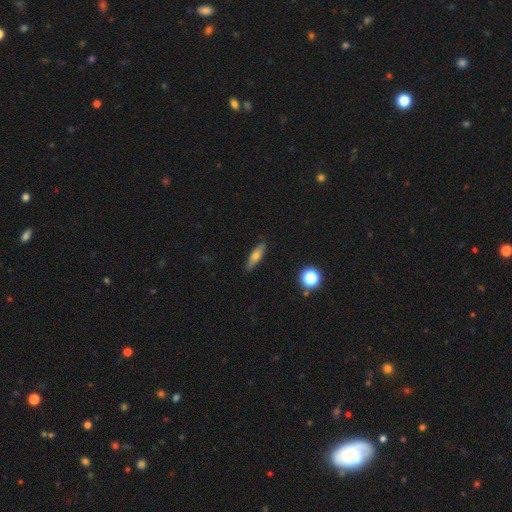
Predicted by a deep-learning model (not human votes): smooth_or_featured: smooth (p=0.61) [alt: featured or disk p=0.30]
how_rounded: cigar-shaped (p=0.61) [alt: in between p=0.35]
merging: none (p=0.87) [alt: minor disturbance p=0.10]